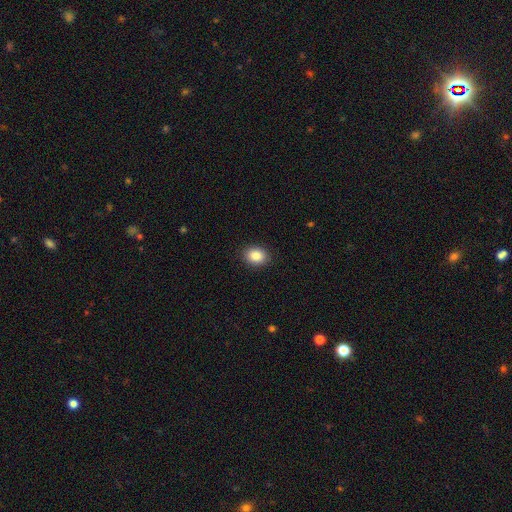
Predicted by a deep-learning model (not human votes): This appears to be a smooth galaxy with no disk features (88%) that is in between round and cigar-shaped (61%). Merging: none (89%).